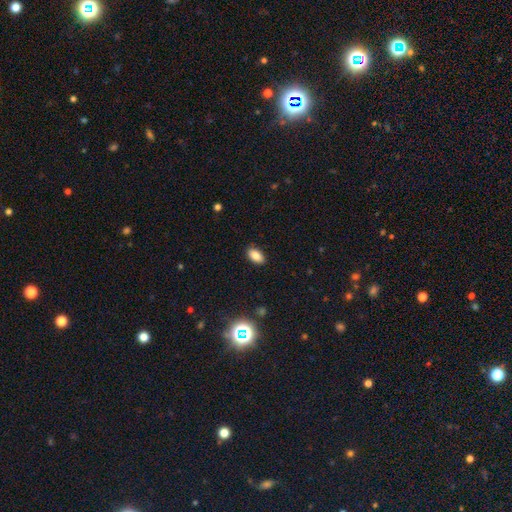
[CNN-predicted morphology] smooth_or_featured: smooth (p=0.86) [alt: star or artifact p=0.09]
how_rounded: in between (p=0.92) [alt: round p=0.05]
merging: none (p=0.88) [alt: minor disturbance p=0.09]